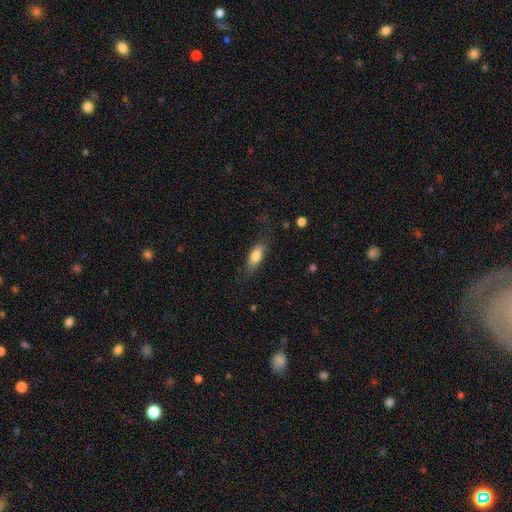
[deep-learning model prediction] Smooth or featured? smooth (76%)
How rounded? in between (71%)
Merging? none (71%)